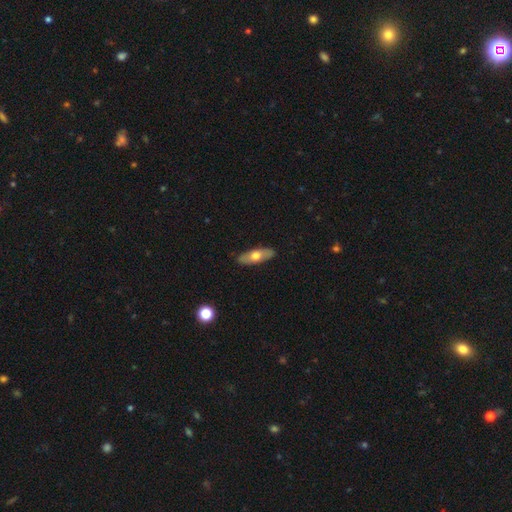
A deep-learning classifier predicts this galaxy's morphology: This appears to be a smooth galaxy with no disk features (57%) that is in between round and cigar-shaped (61%). Merging: none (89%).